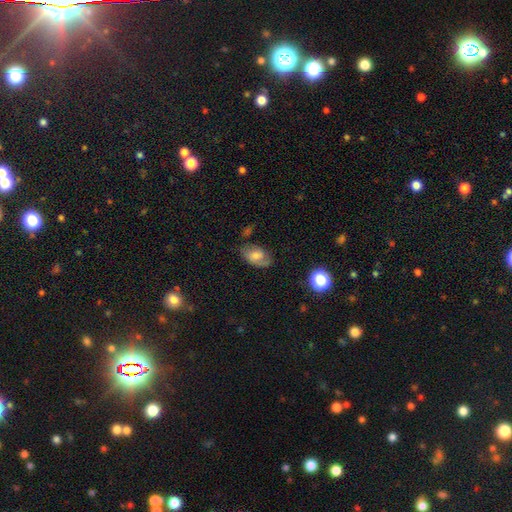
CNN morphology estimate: smooth-or-featured: smooth: 52% | featured or disk: 38% | star or artifact: 10%
  how-rounded: in between: 87% | round: 12% | cigar-shaped: 2%
  merging: none: 59% | minor disturbance: 27% | major disturbance: 11% | merger: 3%